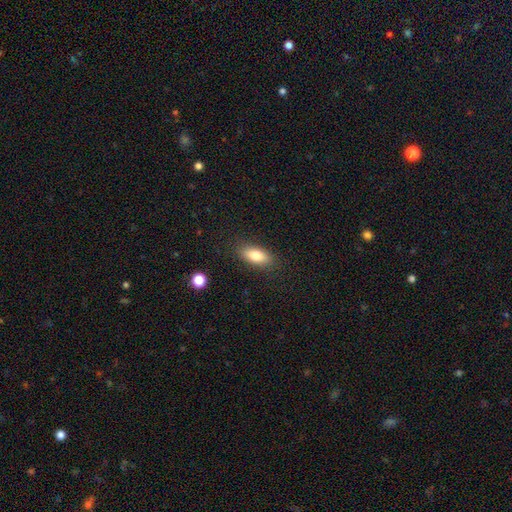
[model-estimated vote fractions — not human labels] smooth 80%, featured or disk 13%, star or artifact 8%. Down the decision tree: how rounded — in between (80%); merging — none (86%).